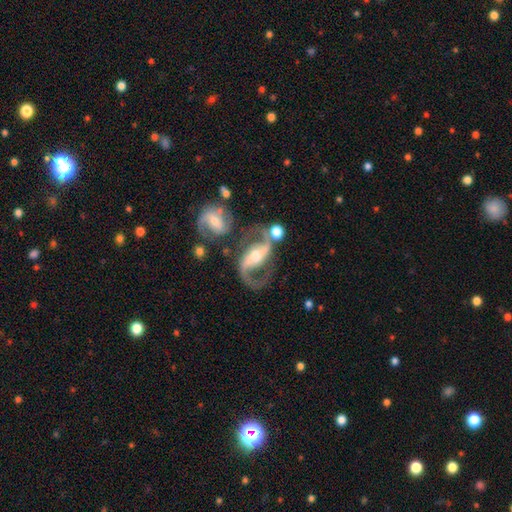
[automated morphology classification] Smooth or featured? featured or disk (89%)
Edge-on disk? no (96%)
Bar? strong (56%)
Spiral arms? yes (96%)
Spiral winding? medium (50%)
Spiral arm count? 2 (90%)
Bulge size? moderate (61%)
Merging? none (54%)